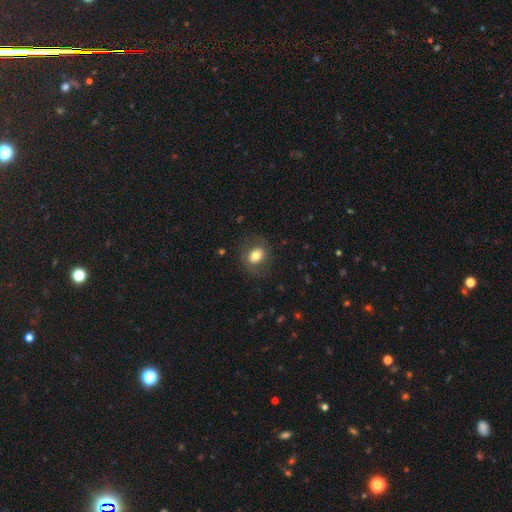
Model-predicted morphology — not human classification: A smooth galaxy with no disk features (75%) that is in between round and cigar-shaped (53%). Merging: none (79%).